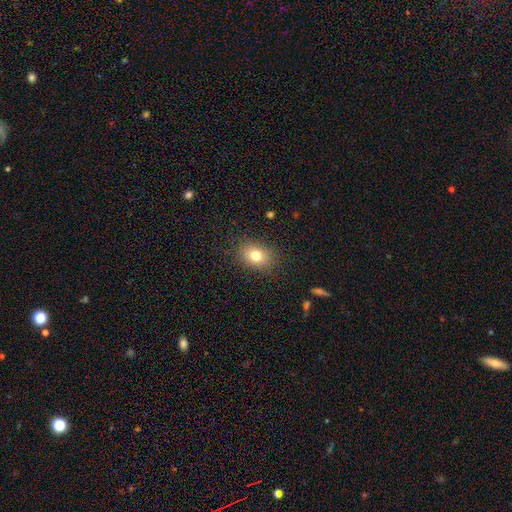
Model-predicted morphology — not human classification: Smooth or featured?
  - smooth: 79% *
  - star or artifact: 11%
  - featured or disk: 10%
How rounded?
  - in between: 64% *
  - round: 35%
  - cigar-shaped: 1%
Merging?
  - none: 86% *
  - minor disturbance: 10%
  - major disturbance: 3%
  - merger: 1%